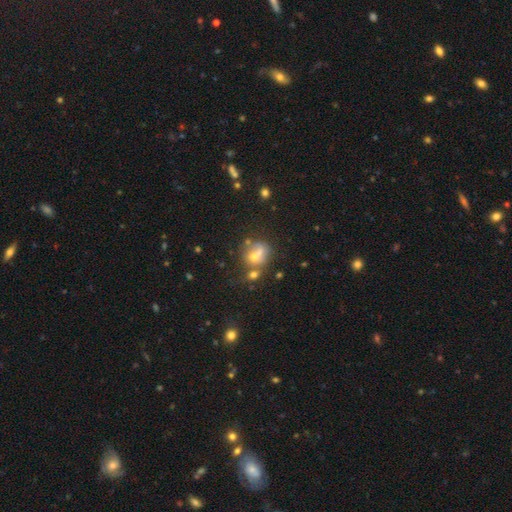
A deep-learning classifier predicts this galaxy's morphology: Overall: smooth (56%; featured or disk 29%). How rounded: round (62%; in between 36%). Merging: none (38%; merger 34%).